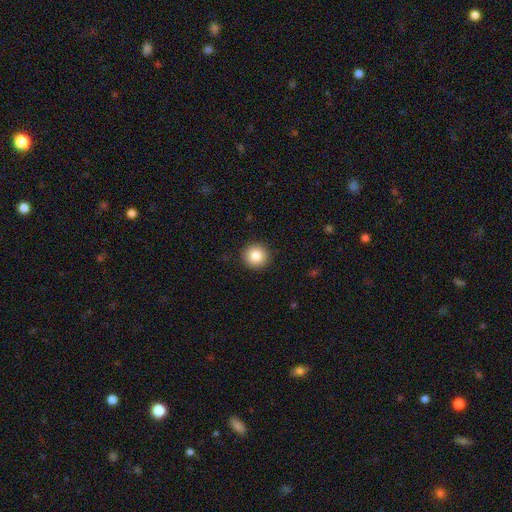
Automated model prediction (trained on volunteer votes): This is clearly a smooth galaxy (85%). How rounded: clearly round (94%). Merging: clearly none (92%).